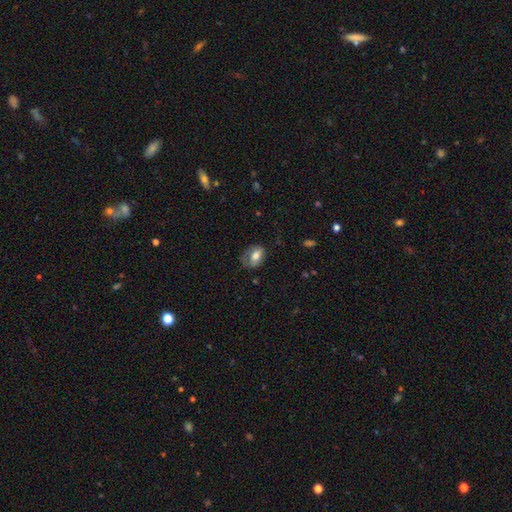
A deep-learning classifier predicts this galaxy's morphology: The model was most divided on "merging": none: 50%, minor disturbance: 29%, major disturbance: 19%, merger: 2%. More confident: how rounded — in between (80%); smooth or featured — smooth (65%).